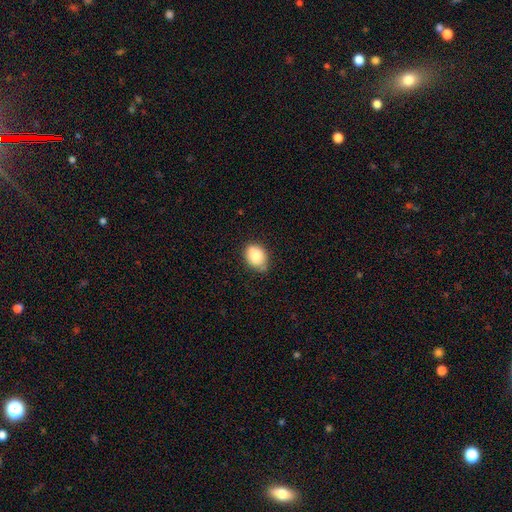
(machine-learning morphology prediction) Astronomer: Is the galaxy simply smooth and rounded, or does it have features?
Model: smooth — 80%.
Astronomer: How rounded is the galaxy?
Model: in between — 61% (runner-up: round, 38%).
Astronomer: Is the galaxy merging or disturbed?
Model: none — 67%.